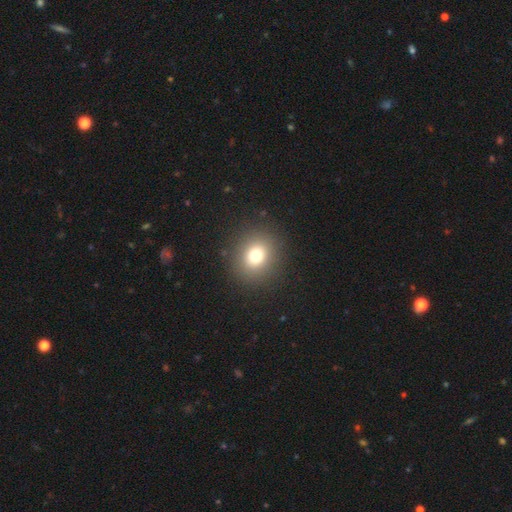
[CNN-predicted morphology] Q: Smooth or featured?
A: smooth (75%); runner-up: star or artifact (15%)
Q: How rounded?
A: round (76%); runner-up: in between (23%)
Q: Merging?
A: none (89%); runner-up: minor disturbance (6%)